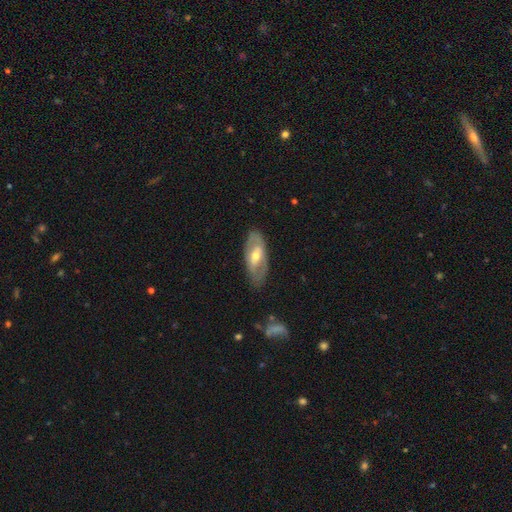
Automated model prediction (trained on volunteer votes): This appears to be a featured or disk galaxy (65%) with no bar (38%), no spiral arms (52%) and a moderate central bulge (63%). Merging: none (79%).